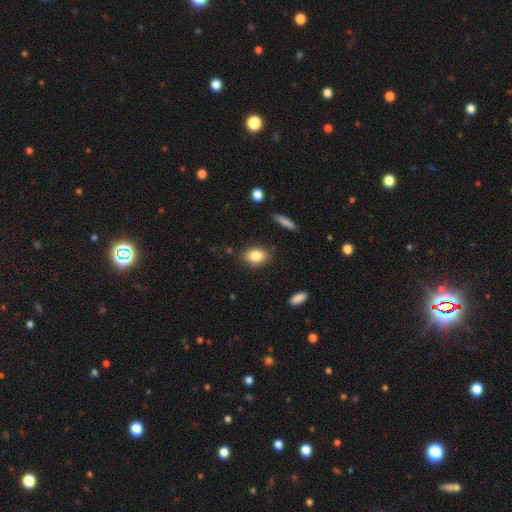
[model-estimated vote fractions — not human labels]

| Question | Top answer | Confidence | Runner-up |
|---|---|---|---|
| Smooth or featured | smooth | 83% | star or artifact (9%) |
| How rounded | in between | 68% | round (30%) |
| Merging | none | 83% | minor disturbance (12%) |